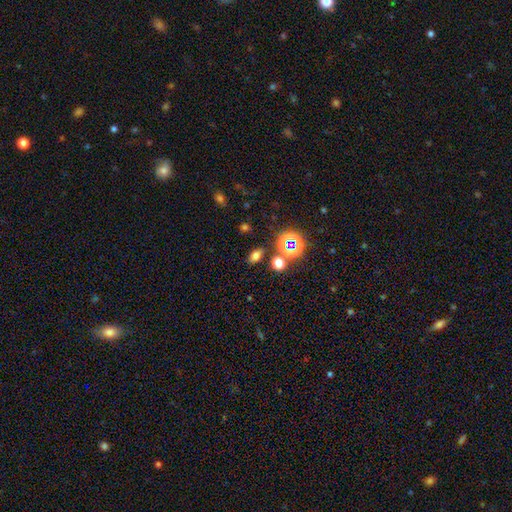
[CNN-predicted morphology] Smooth or featured? smooth (65%)
How rounded? in between (77%)
Merging? none (82%)